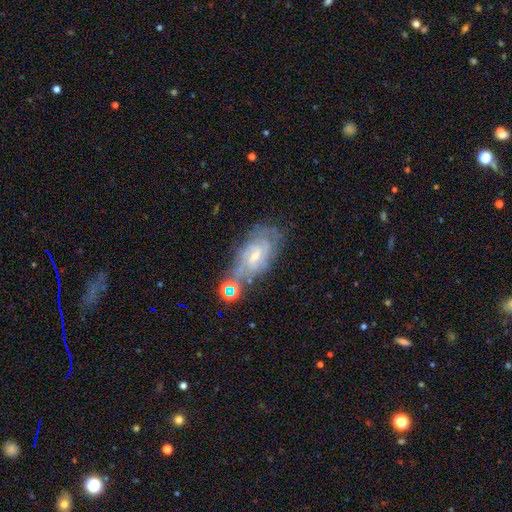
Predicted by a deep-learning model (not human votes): Overall: featured or disk (67%). Edge-on disk: no (92%). Bar: no (60%; weak 33%). Spiral arms: yes (83%). Spiral arm count: can't tell (56%; 2 20%). Spiral winding: tight (64%; medium 27%). Bulge size: small (62%; moderate 32%). Merging: none (49%; merger 26%).